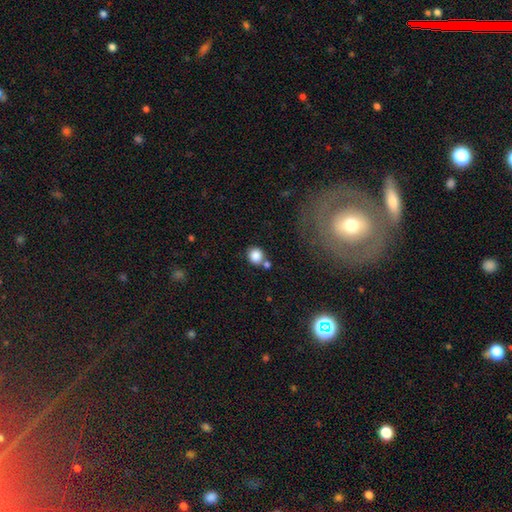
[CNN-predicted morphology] This appears to be a smooth galaxy with no disk features (85%) that is round (83%). Merging: none (65%).